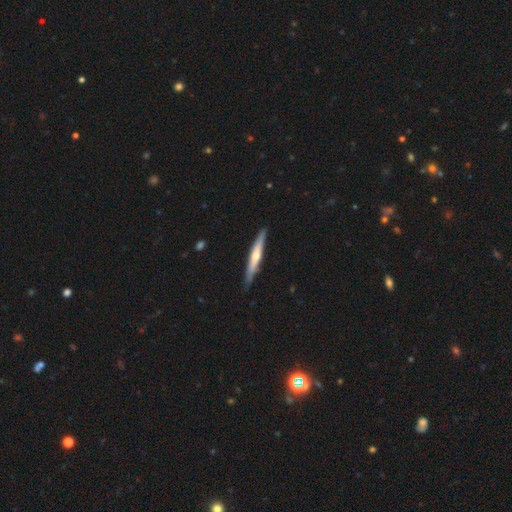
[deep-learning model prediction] Smooth or featured? Predicted: featured or disk (p=0.57). Edge-on disk? Predicted: yes (p=0.94). Edge-on bulge? Predicted: rounded (p=0.75). Merging? Predicted: none (p=0.87).